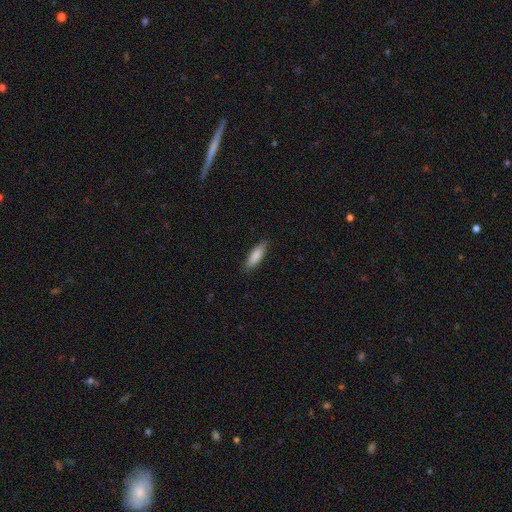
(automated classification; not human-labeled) smooth 86%, featured or disk 9%, star or artifact 6%. Down the decision tree: how rounded — cigar-shaped (50%); merging — none (87%).